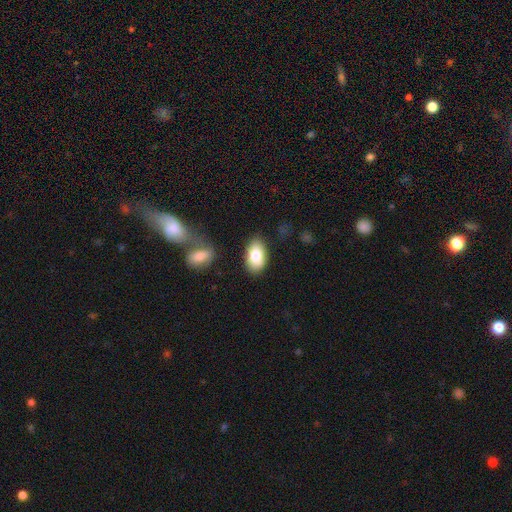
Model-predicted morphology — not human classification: This appears to be a smooth galaxy with no disk features (82%) that is in between round and cigar-shaped (93%). Merging: none (82%).